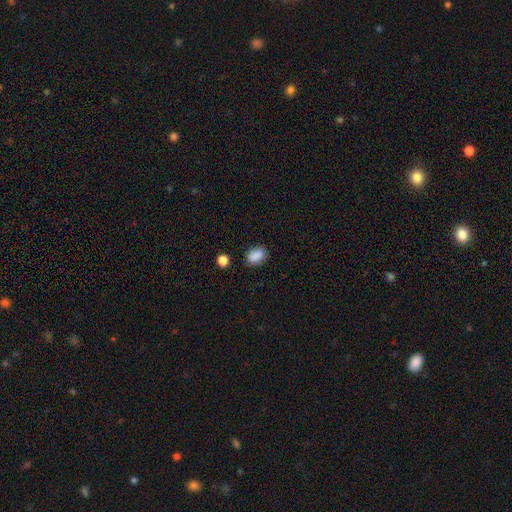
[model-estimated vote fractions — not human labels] Morphology: type=smooth (87%); roundness=in between (78%); merging=none (81%).